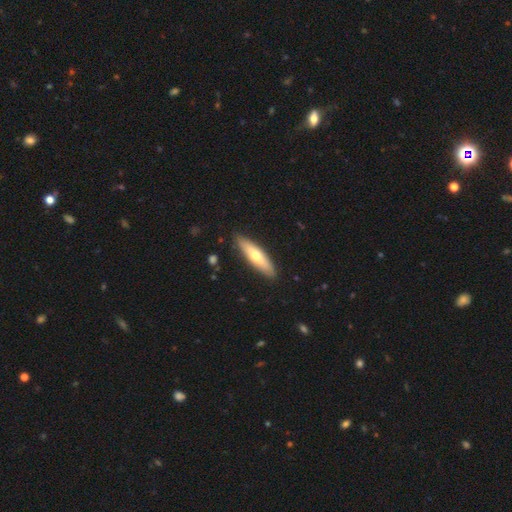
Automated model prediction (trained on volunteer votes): Smooth or featured: smooth — 59% (featured or disk — 36%)
How rounded: cigar-shaped — 68% (in between — 30%)
Merging: none — 88% (minor disturbance — 9%)